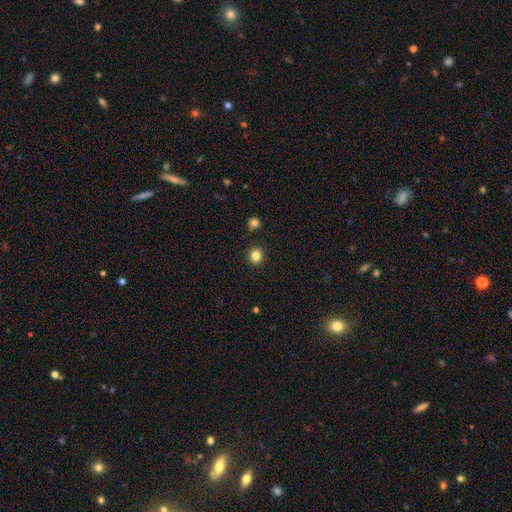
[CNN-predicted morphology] Smooth or featured: smooth — 83% (star or artifact — 12%)
How rounded: round — 89% (in between — 10%)
Merging: none — 90% (minor disturbance — 6%)